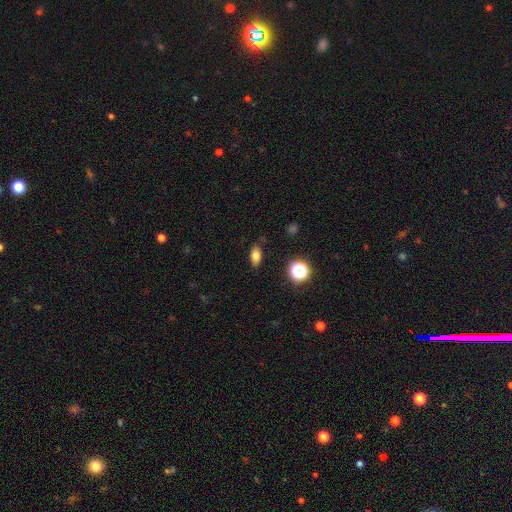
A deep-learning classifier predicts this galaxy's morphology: type=smooth (77%); roundness=in between (84%); merging=none (82%).